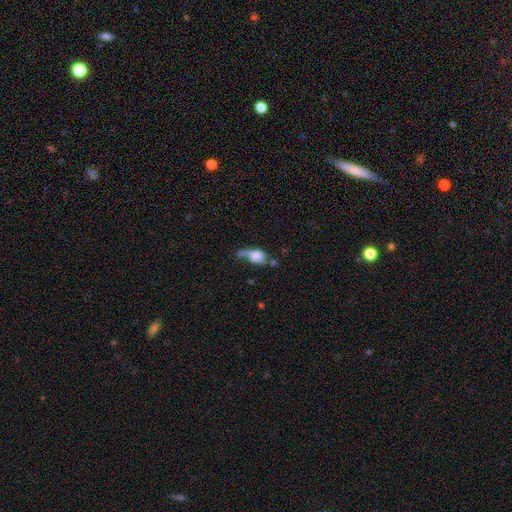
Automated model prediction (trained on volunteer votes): This is likely a smooth galaxy (62%). How rounded: likely in between (70%). Merging: marginally major disturbance (35%).